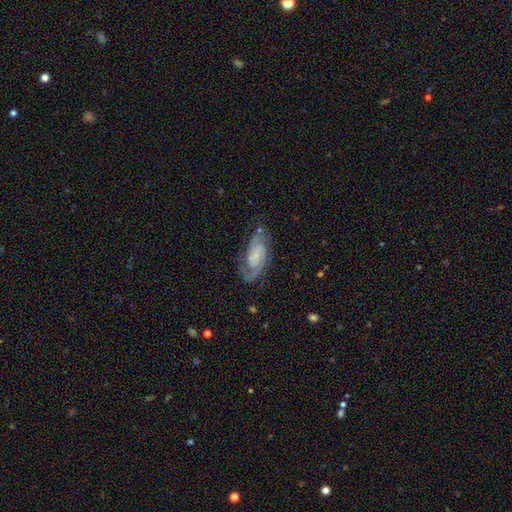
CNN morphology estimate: This is clearly a featured or disk galaxy (84%). It is clearly not viewed edge-on (96%). Bar: possibly no (57%). Spiral arm pattern: clearly yes (96%). Spiral arm count: likely 2 (79%). Spiral winding: marginally medium (44%). Central bulge: likely small (60%). Merging: likely none (72%).